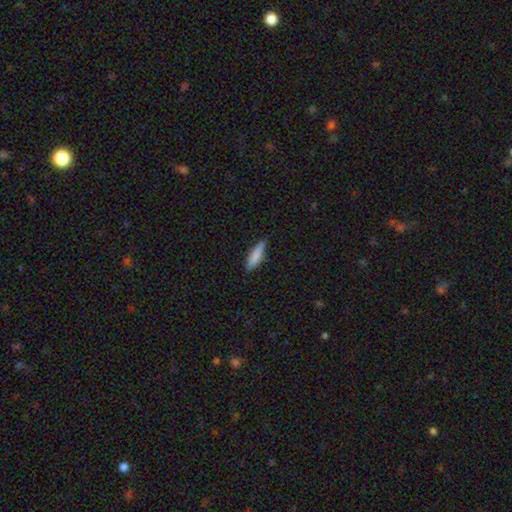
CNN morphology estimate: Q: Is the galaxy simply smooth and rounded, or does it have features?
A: smooth — 82%.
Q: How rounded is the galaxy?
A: cigar-shaped — 73%.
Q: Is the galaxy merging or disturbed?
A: none — 83%.